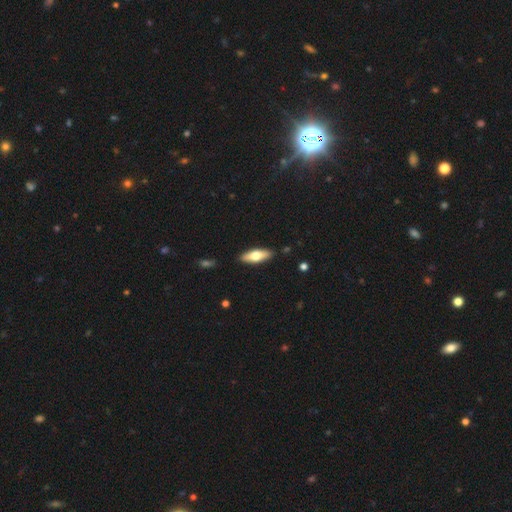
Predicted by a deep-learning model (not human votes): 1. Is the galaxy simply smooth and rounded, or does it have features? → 62% smooth, 32% featured or disk, 6% star or artifact.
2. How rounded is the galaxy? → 62% in between, 36% cigar-shaped, 2% round.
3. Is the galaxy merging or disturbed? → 88% none, 9% minor disturbance, 2% major disturbance, 1% merger.